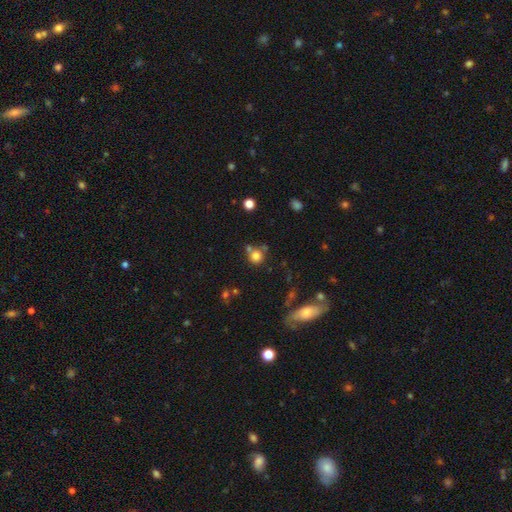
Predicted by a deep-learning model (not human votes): Smooth or featured?
  - smooth: 78% *
  - star or artifact: 13%
  - featured or disk: 9%
How rounded?
  - round: 88% *
  - in between: 11%
  - cigar-shaped: 1%
Merging?
  - none: 62% *
  - merger: 22%
  - minor disturbance: 11%
  - major disturbance: 4%